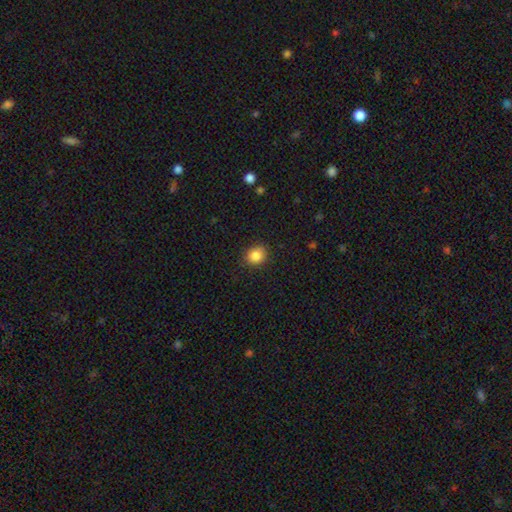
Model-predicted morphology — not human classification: The model was most divided on "how rounded": round: 73%, in between: 26%, cigar-shaped: 1%. More confident: merging — none (86%); smooth or featured — smooth (86%).